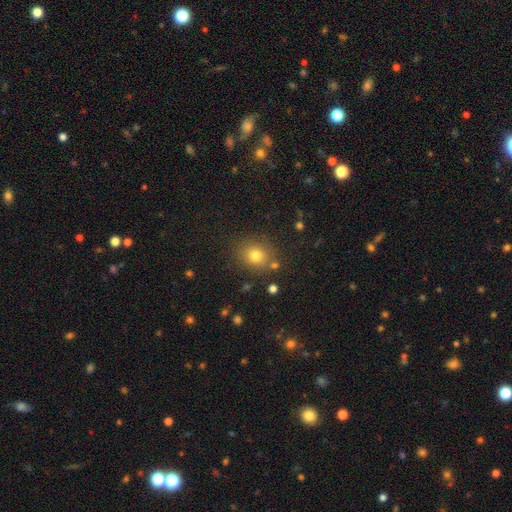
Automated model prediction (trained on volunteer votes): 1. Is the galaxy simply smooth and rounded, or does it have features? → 76% smooth, 16% star or artifact, 8% featured or disk.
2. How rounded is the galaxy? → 76% round, 23% in between, 1% cigar-shaped.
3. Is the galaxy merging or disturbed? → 81% none, 10% minor disturbance, 6% merger, 3% major disturbance.